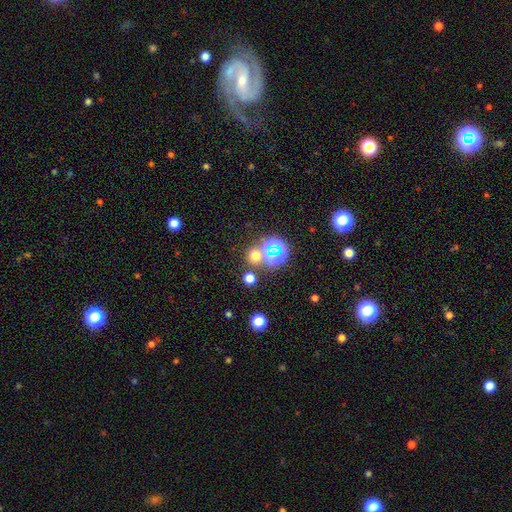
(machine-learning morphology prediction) smooth-or-featured: smooth: 60% | star or artifact: 34% | featured or disk: 7%
  how-rounded: round: 89% | in between: 10% | cigar-shaped: 1%
  merging: none: 72% | merger: 18% | minor disturbance: 7% | major disturbance: 3%